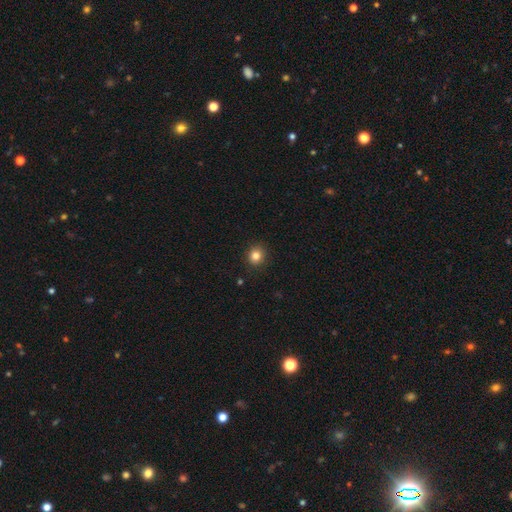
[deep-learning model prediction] This is clearly a smooth galaxy (83%). How rounded: clearly round (86%). Merging: clearly none (91%).